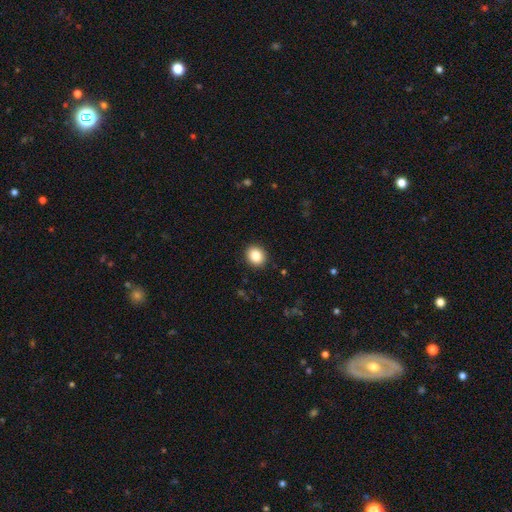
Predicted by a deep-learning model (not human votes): A smooth galaxy with no disk features (86%) that is round (65%).

Vote fractions:
- Smooth or featured? smooth: 86% / star or artifact: 9% / featured or disk: 5%
- How rounded? round: 65% / in between: 34% / cigar-shaped: 1%
- Merging? none: 91% / minor disturbance: 6% / major disturbance: 2% / merger: 1%